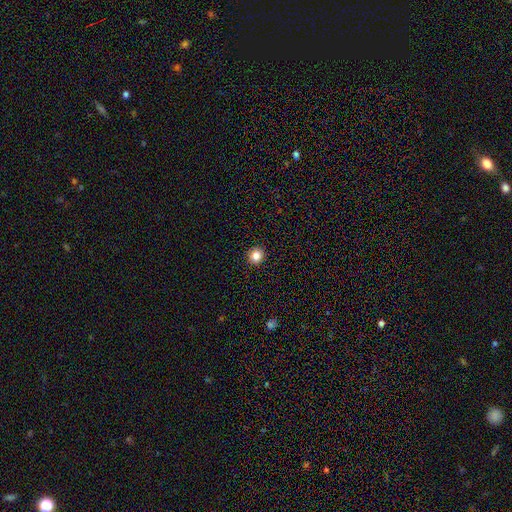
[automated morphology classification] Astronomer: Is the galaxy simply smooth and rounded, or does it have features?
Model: smooth — 83%.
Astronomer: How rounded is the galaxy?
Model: round — 94%.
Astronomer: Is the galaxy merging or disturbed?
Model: none — 93%.